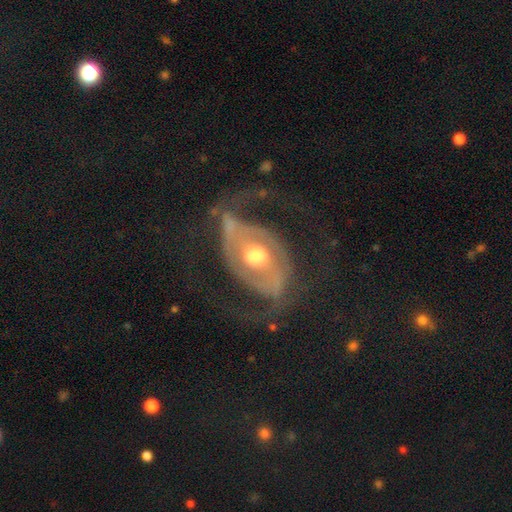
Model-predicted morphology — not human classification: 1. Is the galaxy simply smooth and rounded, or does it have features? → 82% featured or disk, 13% smooth, 6% star or artifact.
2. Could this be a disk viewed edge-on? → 95% no, 5% yes.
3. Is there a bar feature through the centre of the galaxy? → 55% no, 31% weak, 14% strong.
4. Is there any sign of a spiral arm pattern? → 76% yes, 24% no.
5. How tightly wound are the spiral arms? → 41% medium, 37% loose, 22% tight.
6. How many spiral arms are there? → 72% 2, 13% can't tell, 5% 1, 4% 3, 2% 4, 2% more than 4.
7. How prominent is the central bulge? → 71% moderate, 14% large, 12% small, 2% dominant, 1% none.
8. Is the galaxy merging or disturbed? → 45% none, 33% major disturbance, 19% minor disturbance, 3% merger.